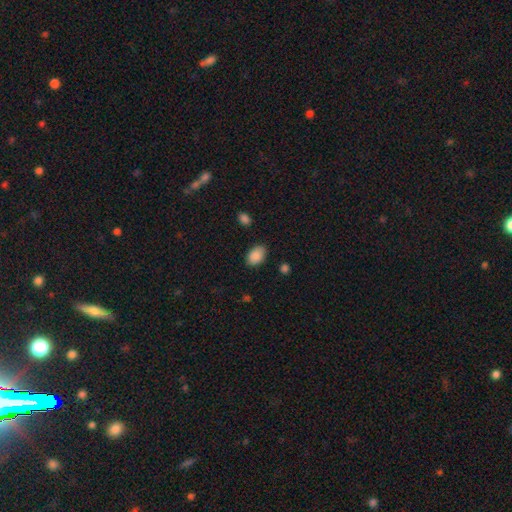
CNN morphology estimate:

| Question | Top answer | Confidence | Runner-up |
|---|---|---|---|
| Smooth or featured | smooth | 89% | star or artifact (7%) |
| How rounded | in between | 86% | round (13%) |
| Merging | none | 82% | minor disturbance (13%) |